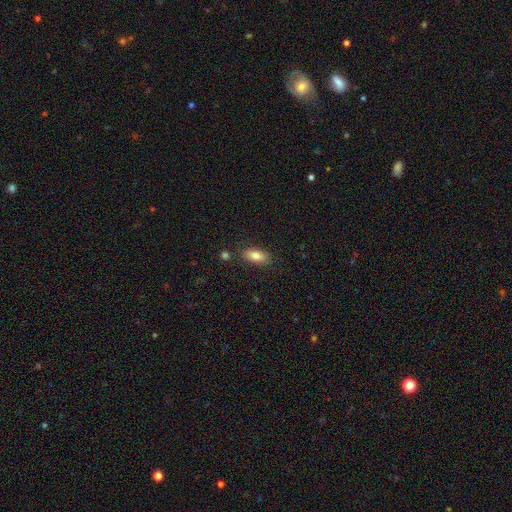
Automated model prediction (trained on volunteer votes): Smooth or featured: smooth — 82% (featured or disk — 10%)
How rounded: in between — 86% (cigar-shaped — 10%)
Merging: none — 82% (minor disturbance — 12%)